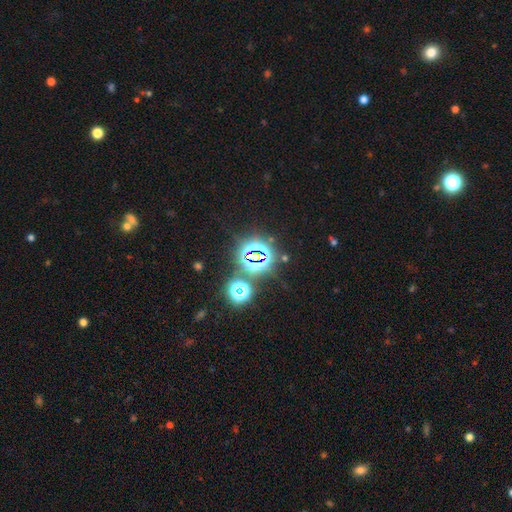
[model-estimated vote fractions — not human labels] A star or artifact, not a galaxy (77%).